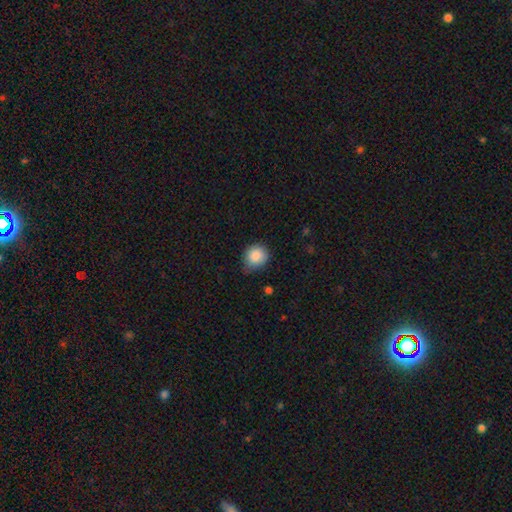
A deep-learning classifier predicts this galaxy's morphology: Q: Smooth or featured?
A: smooth (87%); runner-up: star or artifact (8%)
Q: How rounded?
A: round (76%); runner-up: in between (23%)
Q: Merging?
A: none (65%); runner-up: minor disturbance (29%)